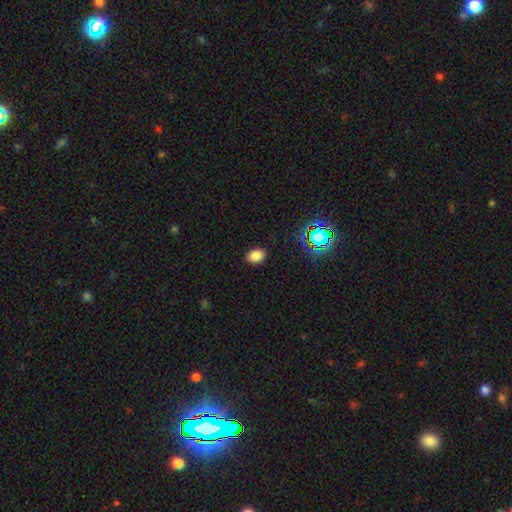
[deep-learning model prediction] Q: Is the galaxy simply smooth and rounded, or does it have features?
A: smooth — 81%.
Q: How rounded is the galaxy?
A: in between — 73%.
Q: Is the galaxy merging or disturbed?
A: none — 88%.